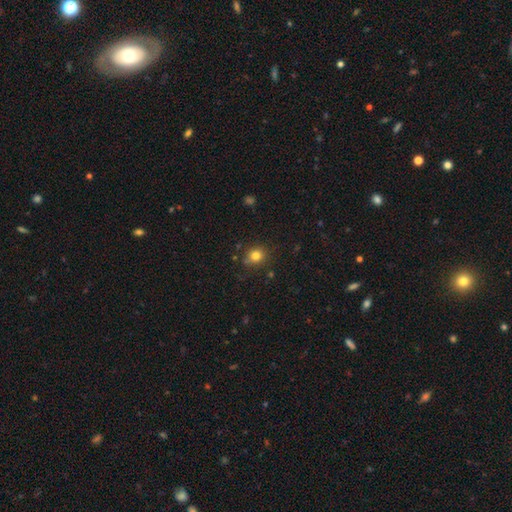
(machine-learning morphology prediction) This appears to be a smooth galaxy with no disk features (80%) that is round (74%). Merging: none (80%).